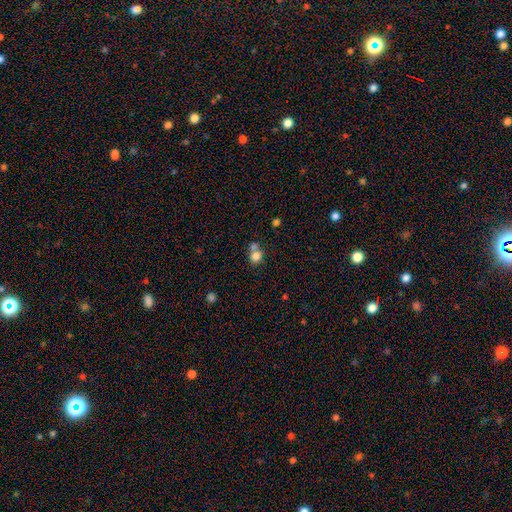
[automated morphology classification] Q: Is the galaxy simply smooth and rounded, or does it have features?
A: smooth — 79%.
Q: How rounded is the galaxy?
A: round — 69%.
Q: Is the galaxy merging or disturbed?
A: merger — 47%.